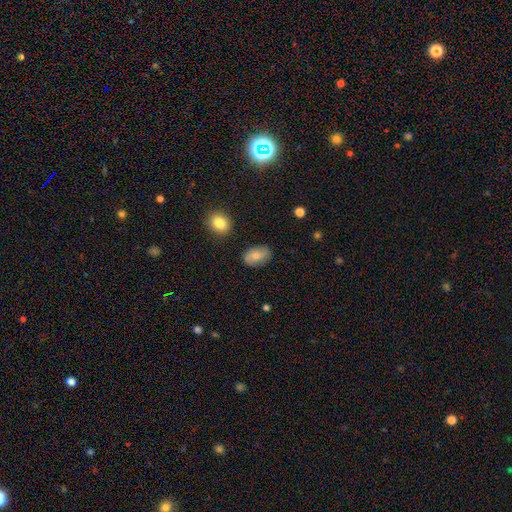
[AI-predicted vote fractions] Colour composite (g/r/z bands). It shows a smooth galaxy with no disk features (74%) that is in between round and cigar-shaped (89%). Merging: none (80%).